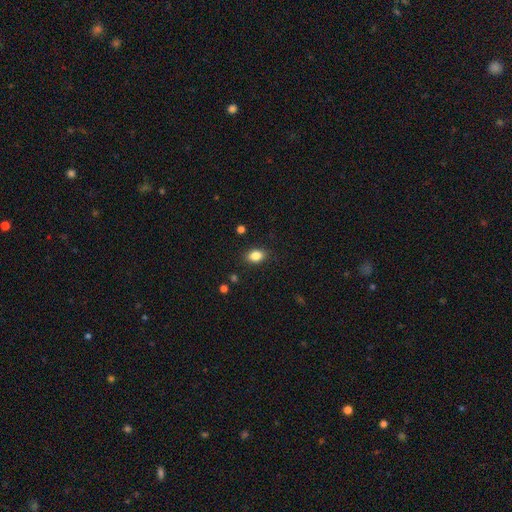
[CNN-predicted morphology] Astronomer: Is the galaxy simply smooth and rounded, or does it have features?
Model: smooth — 84%.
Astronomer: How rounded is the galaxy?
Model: in between — 82%.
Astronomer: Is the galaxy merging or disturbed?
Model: none — 87%.